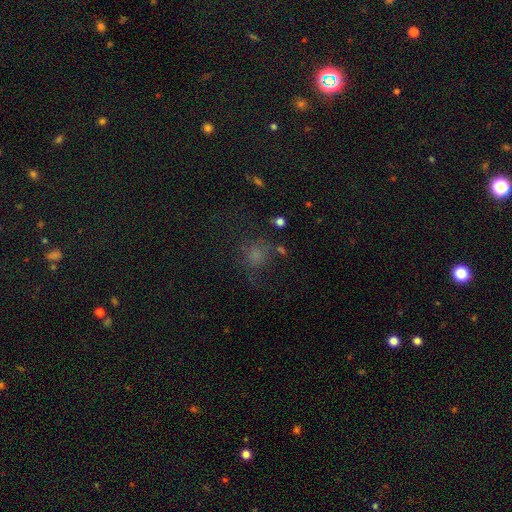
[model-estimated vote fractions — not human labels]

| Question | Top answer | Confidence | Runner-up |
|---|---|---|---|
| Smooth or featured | smooth | 62% | star or artifact (22%) |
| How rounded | round | 76% | in between (23%) |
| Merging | none | 53% | major disturbance (23%) |